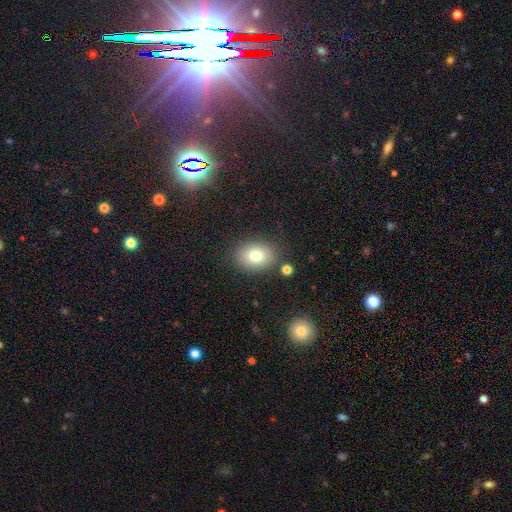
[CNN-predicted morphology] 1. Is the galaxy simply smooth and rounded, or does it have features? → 79% smooth, 11% featured or disk, 10% star or artifact.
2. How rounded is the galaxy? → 64% in between, 35% round, 1% cigar-shaped.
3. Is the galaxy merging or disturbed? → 83% none, 11% minor disturbance, 3% merger, 3% major disturbance.